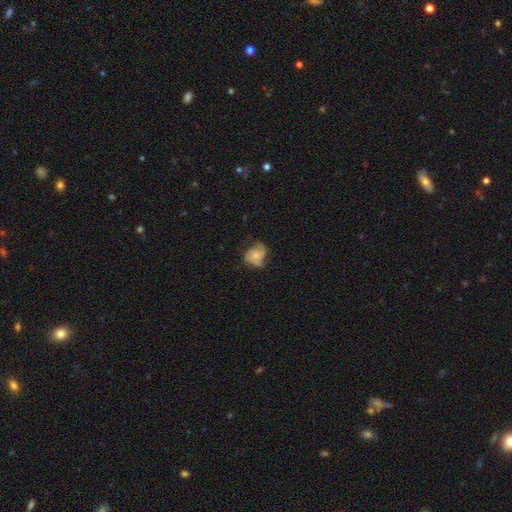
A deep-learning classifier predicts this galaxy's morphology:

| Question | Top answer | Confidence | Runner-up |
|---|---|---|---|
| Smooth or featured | featured or disk | 55% | smooth (37%) |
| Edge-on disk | no | 97% | yes (3%) |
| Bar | no | 79% | weak (18%) |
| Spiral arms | yes | 83% | no (17%) |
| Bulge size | small | 52% | moderate (36%) |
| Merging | none | 49% | minor disturbance (30%) |